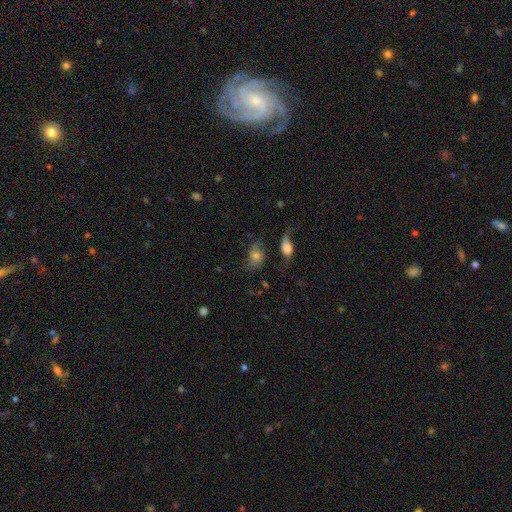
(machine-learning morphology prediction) smooth_or_featured: featured or disk (p=0.44) [alt: smooth p=0.43]
merging: none (p=0.49) [alt: minor disturbance p=0.22]